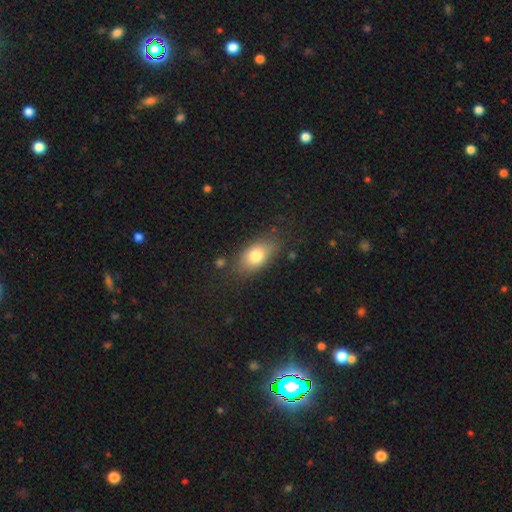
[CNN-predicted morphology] type=smooth (77%); roundness=in between (85%); merging=none (75%).